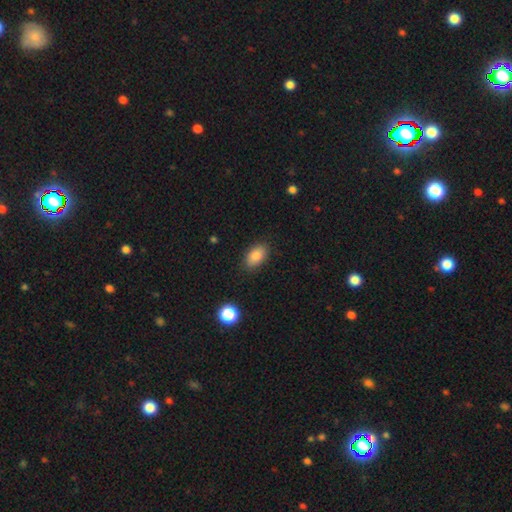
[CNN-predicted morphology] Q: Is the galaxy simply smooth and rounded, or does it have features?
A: smooth — 84%.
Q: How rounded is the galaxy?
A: in between — 90%.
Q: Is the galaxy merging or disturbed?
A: none — 85%.